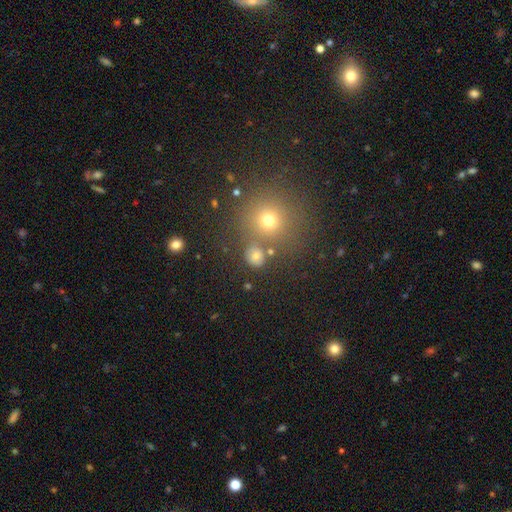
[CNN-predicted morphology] Overall: smooth (69%). How rounded: round (81%). Merging: none (73%).